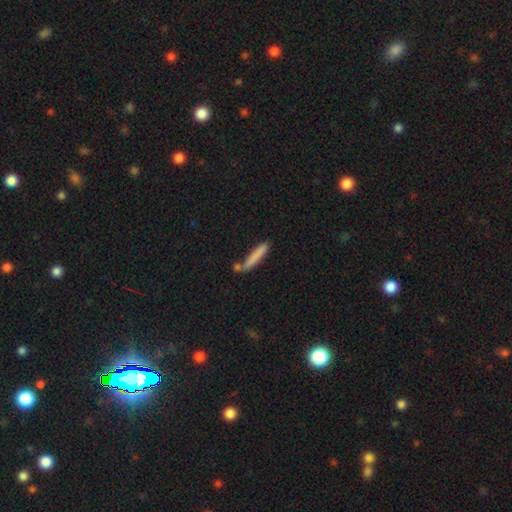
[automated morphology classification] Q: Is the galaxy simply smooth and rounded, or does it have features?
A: smooth — 78%.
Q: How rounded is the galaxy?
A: cigar-shaped — 91%.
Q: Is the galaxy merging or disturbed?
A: none — 62%.